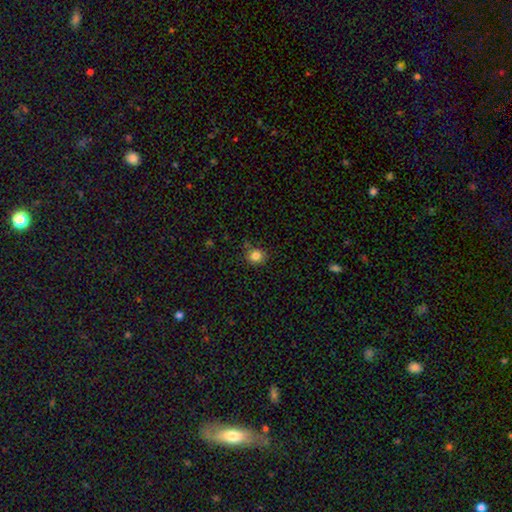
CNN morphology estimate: Smooth or featured?
  - smooth: 84% *
  - star or artifact: 11%
  - featured or disk: 5%
How rounded?
  - round: 84% *
  - in between: 15%
  - cigar-shaped: 1%
Merging?
  - none: 80% *
  - minor disturbance: 13%
  - merger: 4%
  - major disturbance: 3%